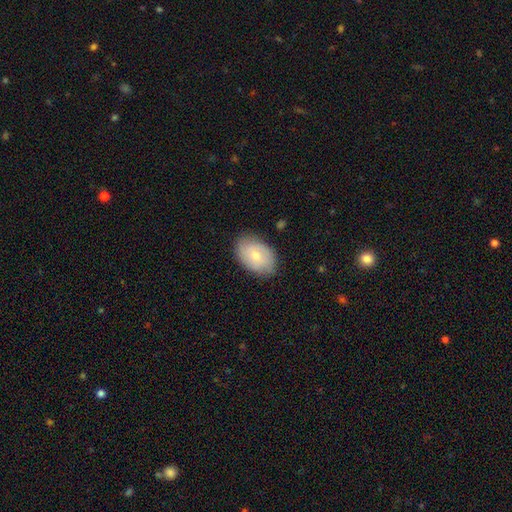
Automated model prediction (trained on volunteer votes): Q: Smooth or featured?
A: smooth (62%); runner-up: featured or disk (32%)
Q: How rounded?
A: in between (86%); runner-up: round (13%)
Q: Merging?
A: none (80%); runner-up: minor disturbance (15%)